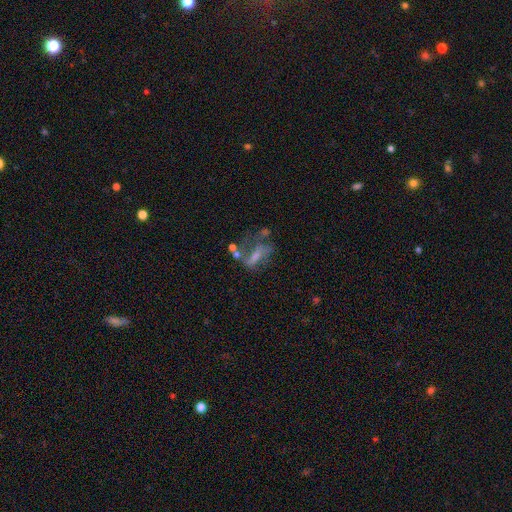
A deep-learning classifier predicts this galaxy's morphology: Overall: featured or disk (58%; smooth 25%). Edge-on disk: no (86%). Merging: none (36%; major disturbance 32%).